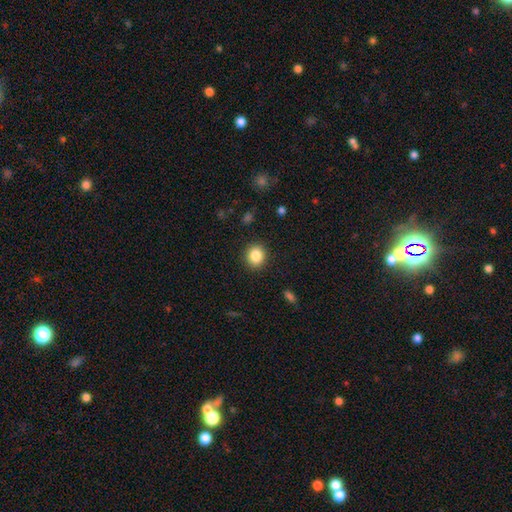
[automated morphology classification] smooth-or-featured: smooth: 85% | star or artifact: 10% | featured or disk: 5%
  how-rounded: round: 77% | in between: 22% | cigar-shaped: 1%
  merging: none: 90% | minor disturbance: 6% | major disturbance: 2% | merger: 1%